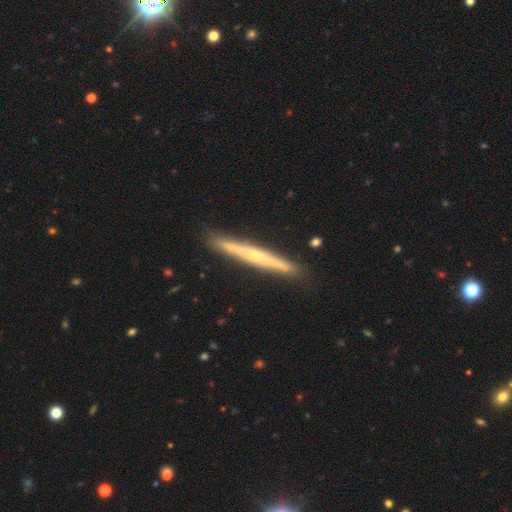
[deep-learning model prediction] Smooth or featured: featured or disk — 67% (smooth — 27%)
Edge-on disk: yes — 96% (no — 4%)
Edge-on bulge: rounded — 61% (none — 35%)
Merging: none — 90% (minor disturbance — 8%)